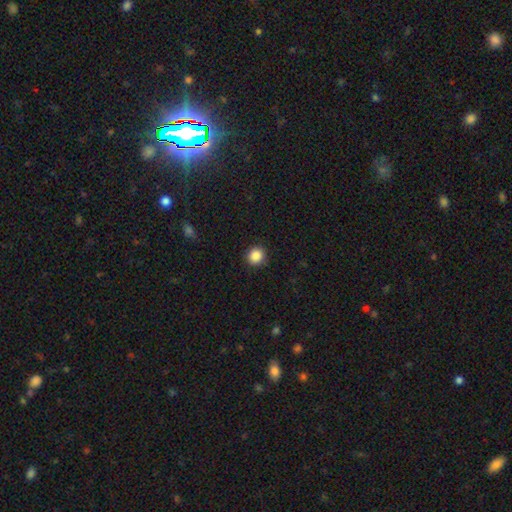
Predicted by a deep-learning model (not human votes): Smooth or featured? smooth (87%)
How rounded? round (92%)
Merging? none (91%)